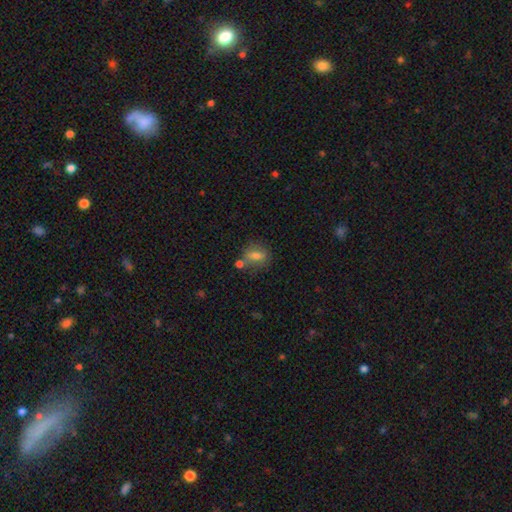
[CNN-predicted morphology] Smooth or featured? Predicted: smooth (p=0.70). How rounded? Predicted: in between (p=0.59). Merging? Predicted: none (p=0.57).